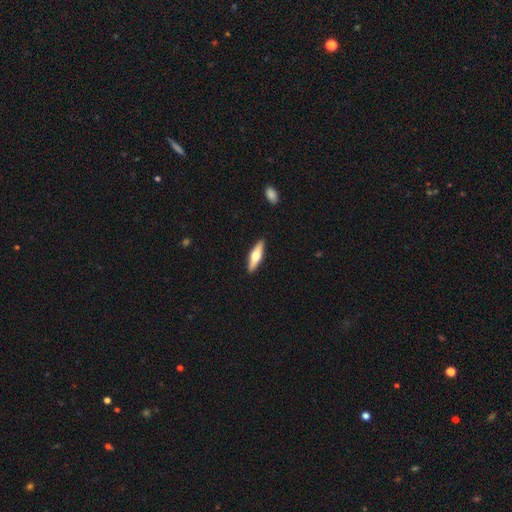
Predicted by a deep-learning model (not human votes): The model was most divided on "smooth or featured": featured or disk: 50%, smooth: 45%, star or artifact: 5%. More confident: merging — none (90%).